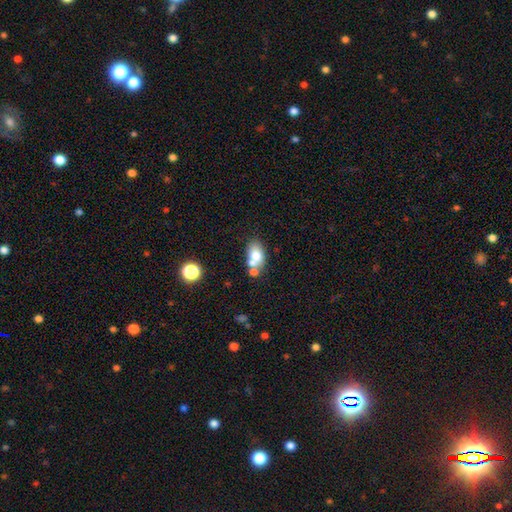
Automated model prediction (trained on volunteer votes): Smooth or featured?
  - smooth: 71% *
  - featured or disk: 19%
  - star or artifact: 10%
How rounded?
  - in between: 84% *
  - round: 14%
  - cigar-shaped: 2%
Merging?
  - none: 48% *
  - merger: 33%
  - minor disturbance: 14%
  - major disturbance: 5%